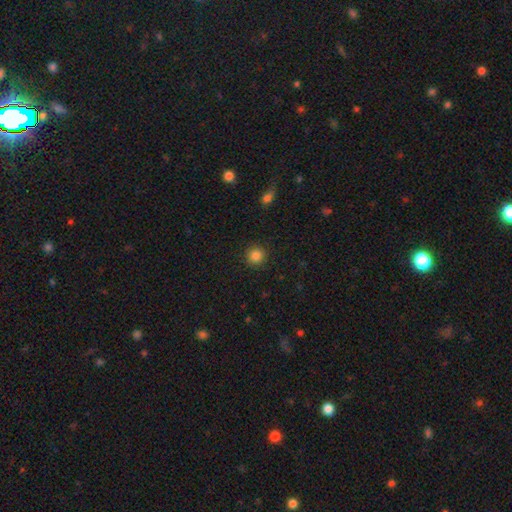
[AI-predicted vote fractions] Smooth or featured? smooth (85%)
How rounded? round (93%)
Merging? none (91%)